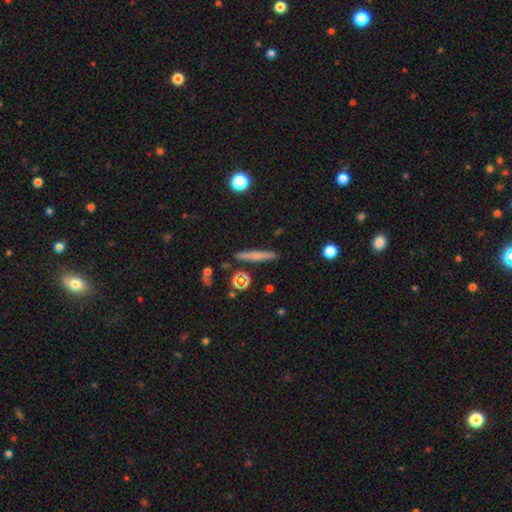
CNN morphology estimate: The model was most divided on "smooth or featured": smooth: 62%, featured or disk: 29%, star or artifact: 8%. More confident: how rounded — cigar-shaped (92%); merging — none (89%).